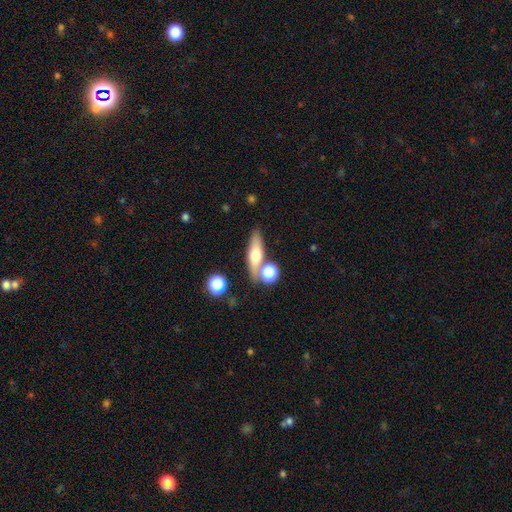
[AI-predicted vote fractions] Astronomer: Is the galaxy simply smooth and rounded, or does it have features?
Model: smooth — 54% (runner-up: featured or disk, 38%).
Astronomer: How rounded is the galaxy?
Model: cigar-shaped — 52% (runner-up: in between, 38%).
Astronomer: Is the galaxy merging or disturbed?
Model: none — 67%.